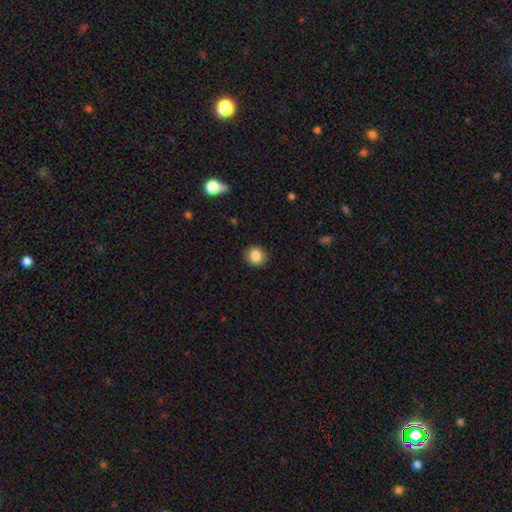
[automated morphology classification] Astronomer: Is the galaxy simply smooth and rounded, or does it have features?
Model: smooth — 86%.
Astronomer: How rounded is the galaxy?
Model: round — 87%.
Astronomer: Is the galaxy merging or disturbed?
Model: none — 89%.